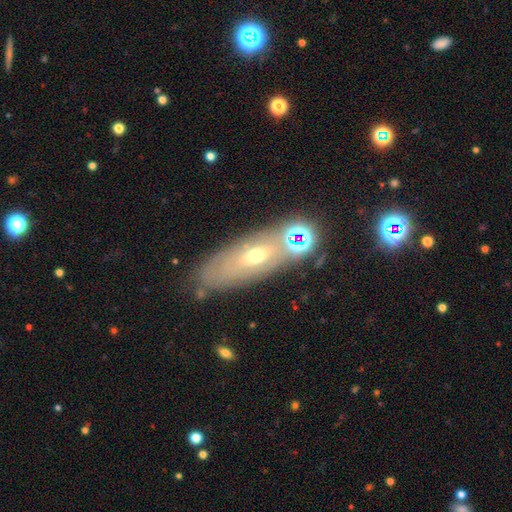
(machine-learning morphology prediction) smooth_or_featured: featured or disk (p=0.48) [alt: smooth p=0.36]
merging: none (p=0.68) [alt: minor disturbance p=0.15]